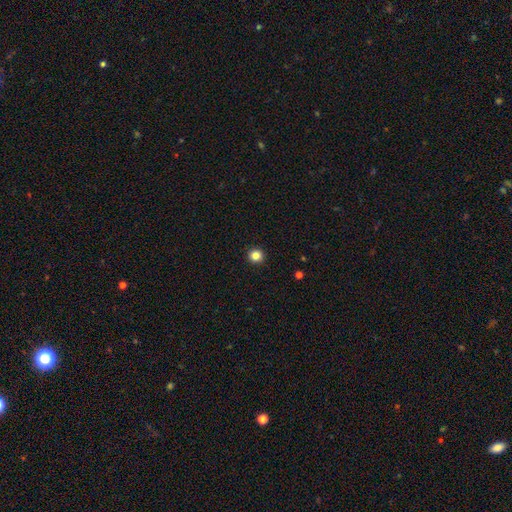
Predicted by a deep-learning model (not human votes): Smooth or featured? Predicted: smooth (p=0.84). How rounded? Predicted: round (p=0.95). Merging? Predicted: none (p=0.94).